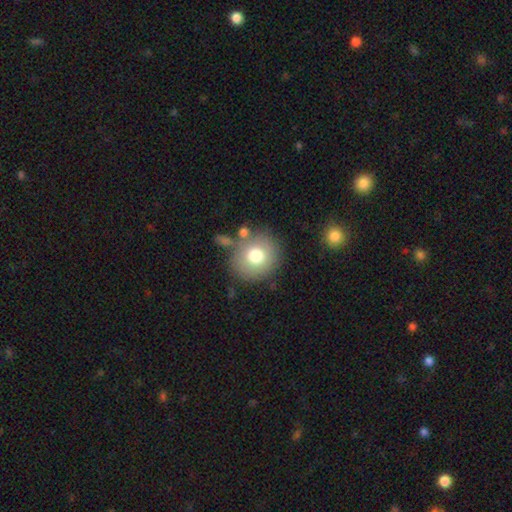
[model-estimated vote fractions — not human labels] The model was most divided on "smooth or featured": smooth: 74%, featured or disk: 16%, star or artifact: 10%. More confident: how rounded — round (88%); merging — none (75%).